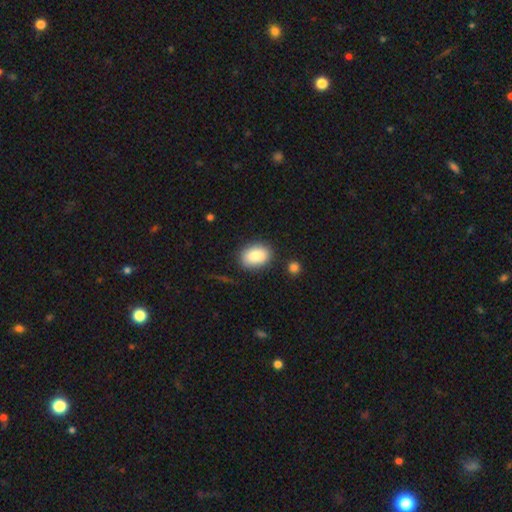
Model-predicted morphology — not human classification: Q: Smooth or featured?
A: smooth (88%); runner-up: star or artifact (7%)
Q: How rounded?
A: in between (79%); runner-up: round (20%)
Q: Merging?
A: none (83%); runner-up: minor disturbance (11%)